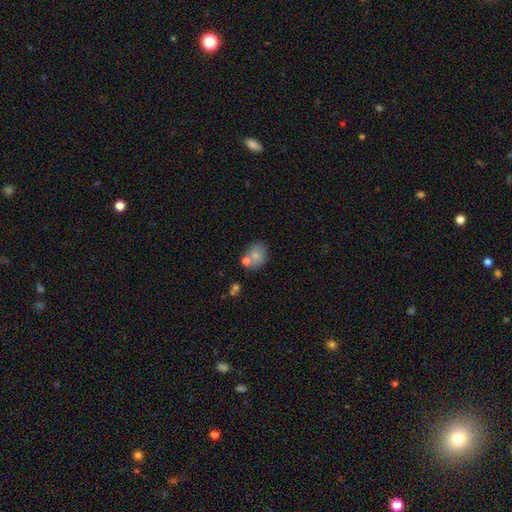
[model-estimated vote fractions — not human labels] Morphology: type=smooth (77%); roundness=round (54%); merging=none (60%).